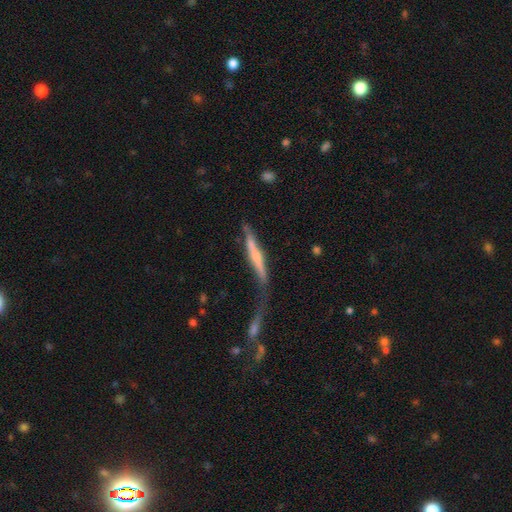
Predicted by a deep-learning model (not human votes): This appears to be a featured or disk galaxy (55%) viewed edge-on (87%). Merging: none (32%).